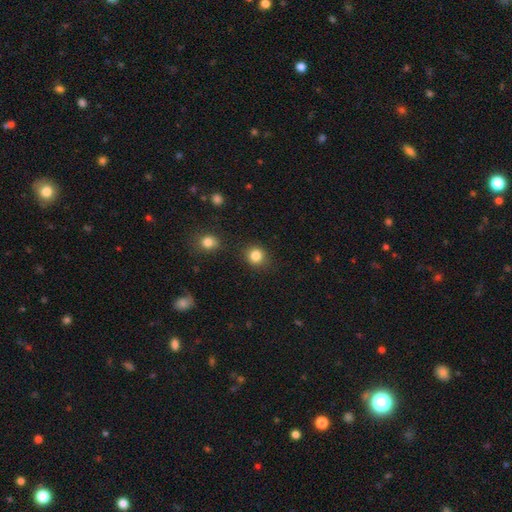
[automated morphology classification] This is clearly a smooth galaxy (84%). How rounded: clearly round (86%). Merging: clearly none (86%).